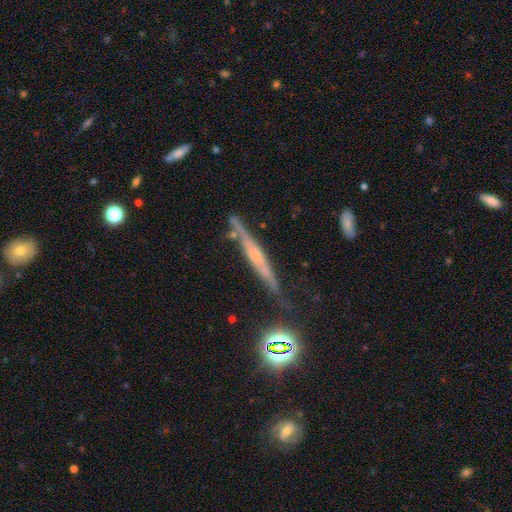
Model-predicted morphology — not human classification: featured or disk 60%, smooth 25%, star or artifact 15%. Down the decision tree: edge-on disk — yes (93%); edge-on bulge — none (44%); merging — none (70%).